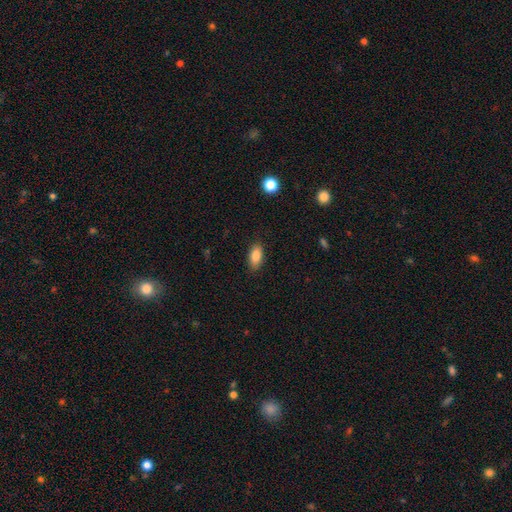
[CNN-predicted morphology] Smooth or featured? smooth (86%)
How rounded? in between (90%)
Merging? none (86%)